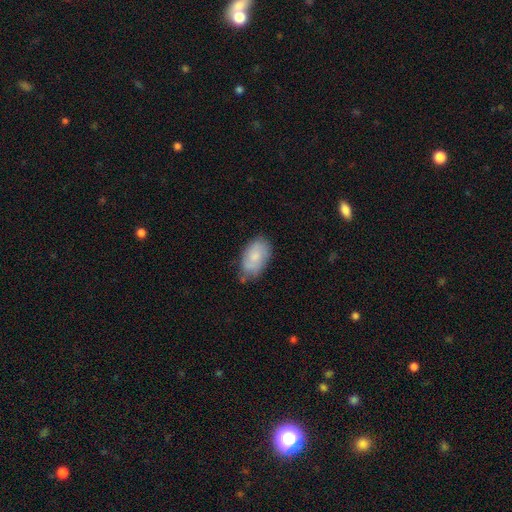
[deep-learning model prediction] Q: Smooth or featured?
A: smooth (70%); runner-up: featured or disk (23%)
Q: How rounded?
A: in between (93%); runner-up: round (6%)
Q: Merging?
A: none (66%); runner-up: minor disturbance (26%)